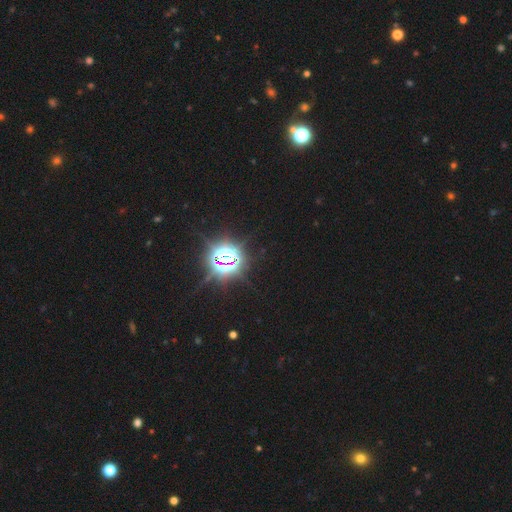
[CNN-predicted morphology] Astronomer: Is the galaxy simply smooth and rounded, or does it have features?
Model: star or artifact — 85%.